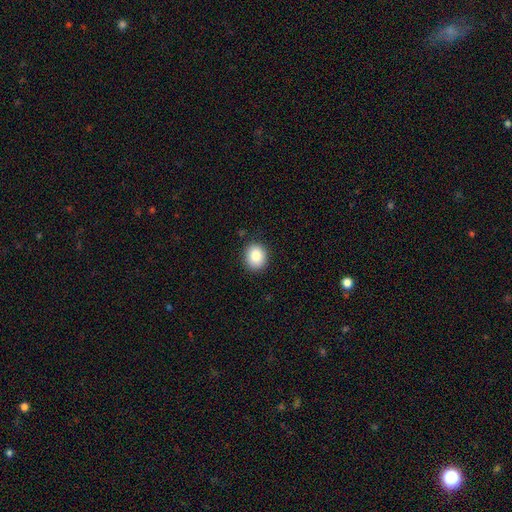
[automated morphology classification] A smooth galaxy with no disk features (87%) that is round (68%). Merging: none (88%).